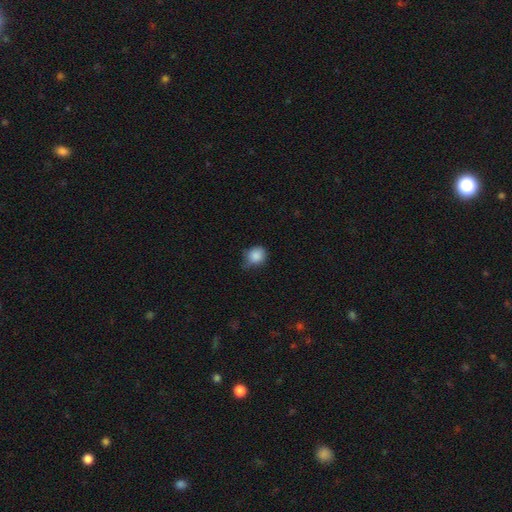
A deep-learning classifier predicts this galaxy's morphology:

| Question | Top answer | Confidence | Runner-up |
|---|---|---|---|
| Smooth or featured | smooth | 86% | star or artifact (9%) |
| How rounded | round | 74% | in between (25%) |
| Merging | none | 51% | minor disturbance (40%) |